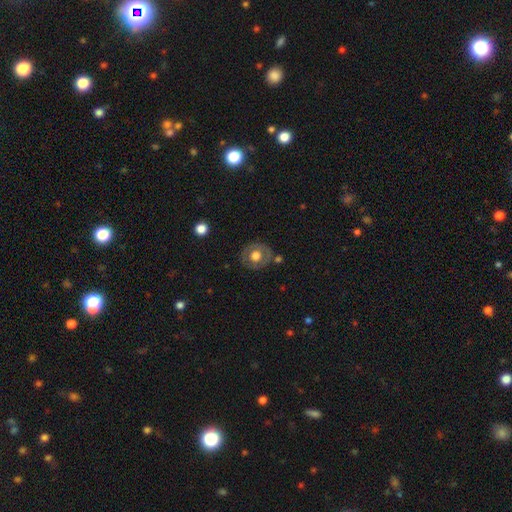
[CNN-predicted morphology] The model was most divided on "smooth or featured": smooth: 54%, featured or disk: 39%, star or artifact: 7%. More confident: merging — none (77%); how rounded — round (76%).